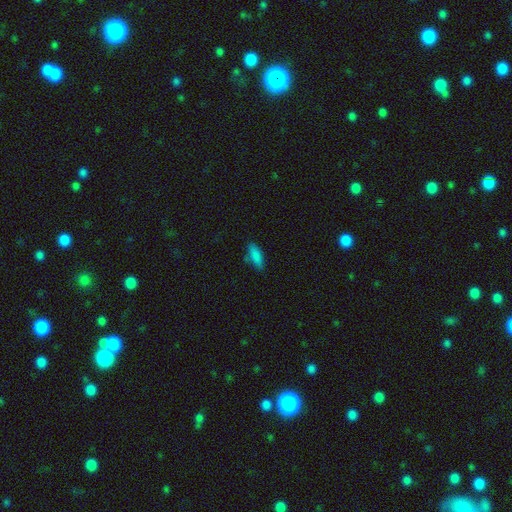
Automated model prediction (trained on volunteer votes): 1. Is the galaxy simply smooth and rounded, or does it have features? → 84% smooth, 8% star or artifact, 7% featured or disk.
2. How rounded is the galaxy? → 56% in between, 42% cigar-shaped, 2% round.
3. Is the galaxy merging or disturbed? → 73% none, 19% minor disturbance, 5% merger, 4% major disturbance.